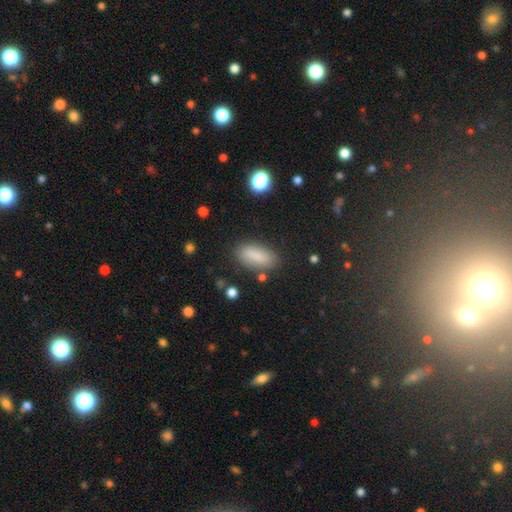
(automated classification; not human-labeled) The model was most divided on "how rounded": in between: 81%, cigar-shaped: 16%, round: 3%. More confident: smooth or featured — smooth (83%); merging — none (81%).